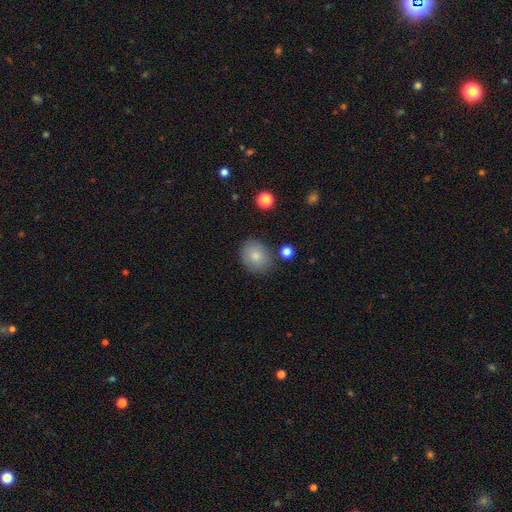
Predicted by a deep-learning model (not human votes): smooth_or_featured: smooth (p=0.81) [alt: featured or disk p=0.11]
how_rounded: round (p=0.53) [alt: in between p=0.46]
merging: none (p=0.79) [alt: minor disturbance p=0.14]